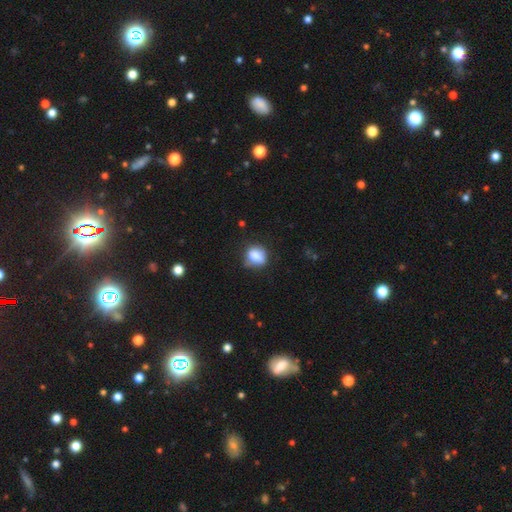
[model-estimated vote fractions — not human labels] A smooth galaxy with no disk features (81%) that is round (59%).

Vote fractions:
- Smooth or featured? smooth: 81% / featured or disk: 9% / star or artifact: 9%
- How rounded? round: 59% / in between: 39% / cigar-shaped: 1%
- Merging? none: 60% / minor disturbance: 29% / major disturbance: 8% / merger: 4%